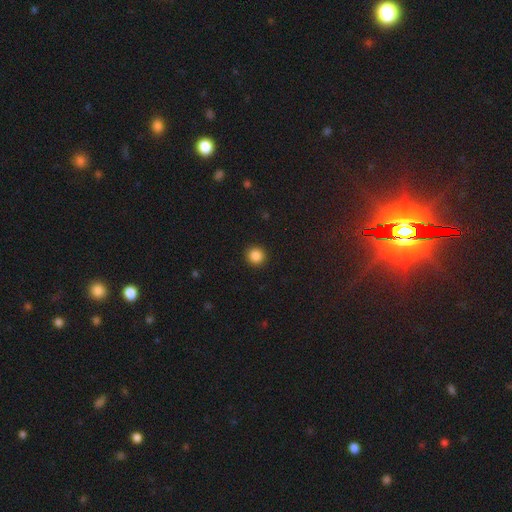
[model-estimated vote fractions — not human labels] Smooth or featured? Predicted: smooth (p=0.87). How rounded? Predicted: round (p=0.93). Merging? Predicted: none (p=0.93).